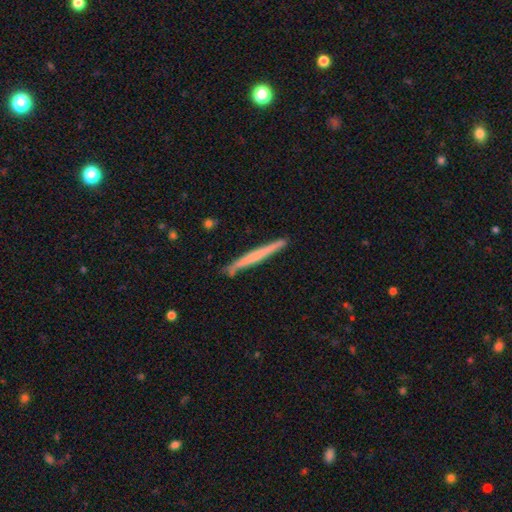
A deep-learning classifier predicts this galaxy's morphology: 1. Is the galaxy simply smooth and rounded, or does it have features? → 49% smooth, 46% featured or disk, 6% star or artifact.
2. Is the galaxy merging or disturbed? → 88% none, 9% minor disturbance, 2% merger, 1% major disturbance.